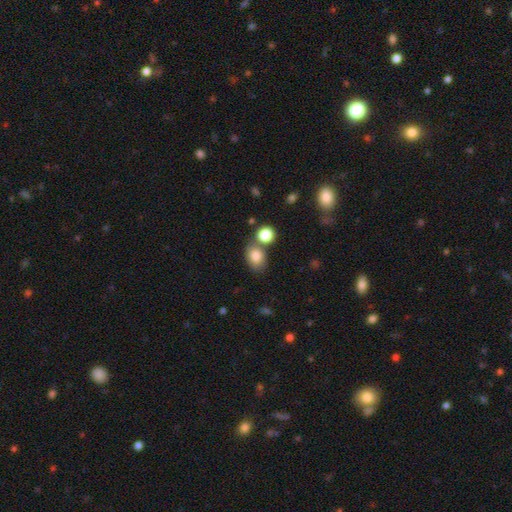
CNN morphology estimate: Smooth or featured?
  - smooth: 83% *
  - star or artifact: 9%
  - featured or disk: 8%
How rounded?
  - in between: 71% *
  - round: 28%
  - cigar-shaped: 1%
Merging?
  - none: 58% *
  - merger: 24%
  - minor disturbance: 14%
  - major disturbance: 4%